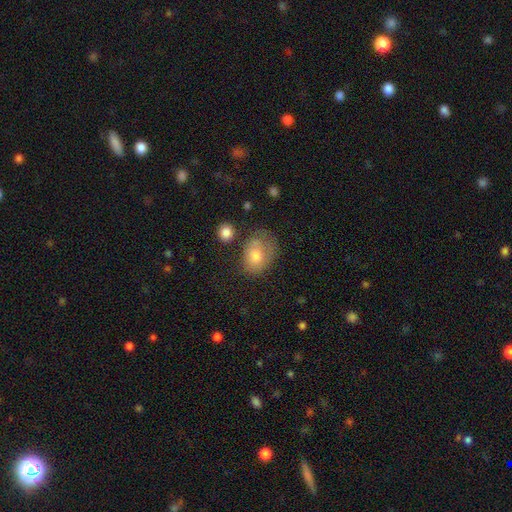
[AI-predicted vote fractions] This appears to be a smooth galaxy with no disk features (72%) that is in between round and cigar-shaped (67%). Merging: none (37%).